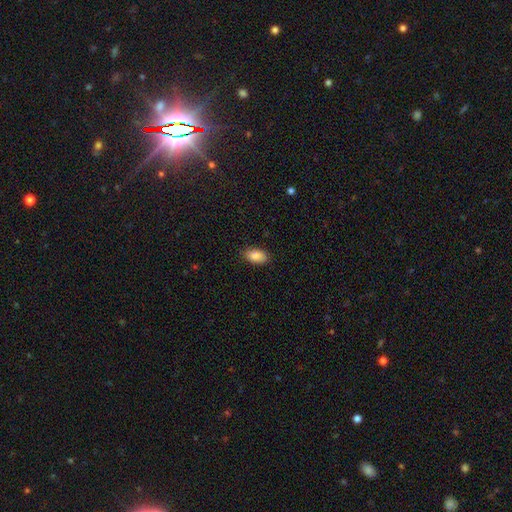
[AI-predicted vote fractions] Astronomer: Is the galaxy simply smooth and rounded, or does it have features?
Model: smooth — 87%.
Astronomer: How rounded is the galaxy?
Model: in between — 93%.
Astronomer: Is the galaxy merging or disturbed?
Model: none — 88%.